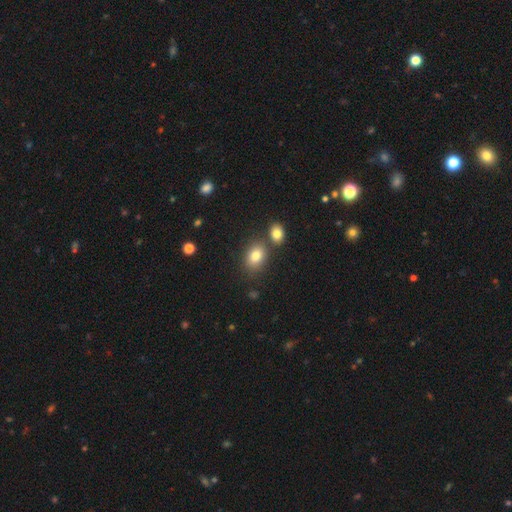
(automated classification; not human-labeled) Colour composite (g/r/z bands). It shows a smooth galaxy with no disk features (81%) that is in between round and cigar-shaped (68%). Merging: none (67%).